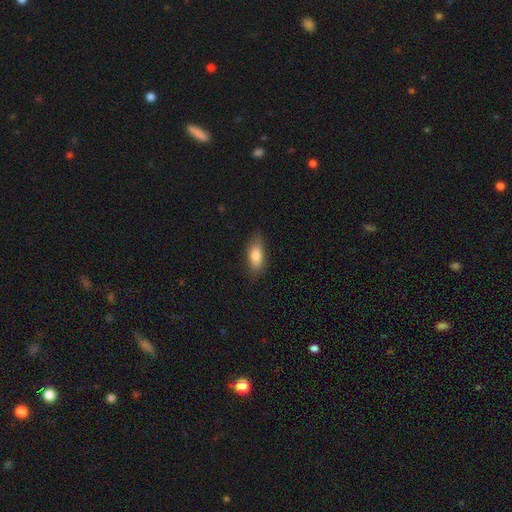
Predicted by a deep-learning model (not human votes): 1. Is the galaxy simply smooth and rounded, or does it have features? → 82% smooth, 11% featured or disk, 7% star or artifact.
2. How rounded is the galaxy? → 83% in between, 14% cigar-shaped, 3% round.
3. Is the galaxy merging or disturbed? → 81% none, 15% minor disturbance, 3% major disturbance, 1% merger.